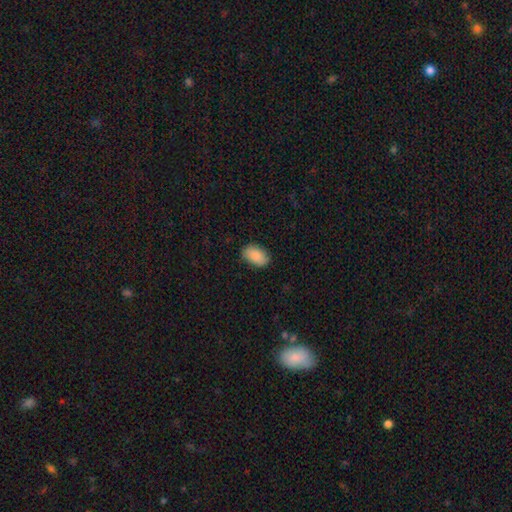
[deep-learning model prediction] smooth-or-featured: smooth: 89% | star or artifact: 6% | featured or disk: 5%
  how-rounded: in between: 92% | round: 6% | cigar-shaped: 2%
  merging: none: 86% | minor disturbance: 11% | major disturbance: 2% | merger: 1%